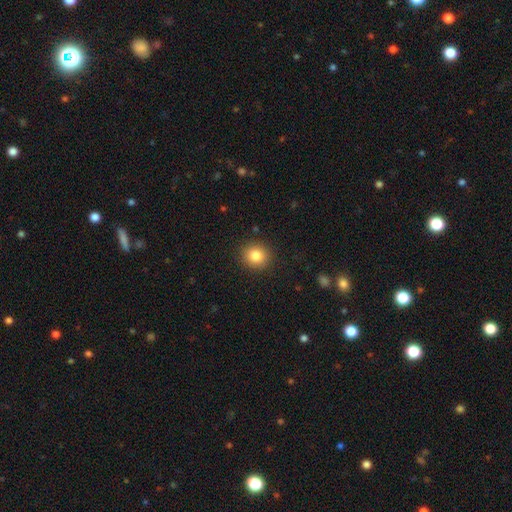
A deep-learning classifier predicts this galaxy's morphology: type=smooth (84%); roundness=round (86%); merging=none (90%).